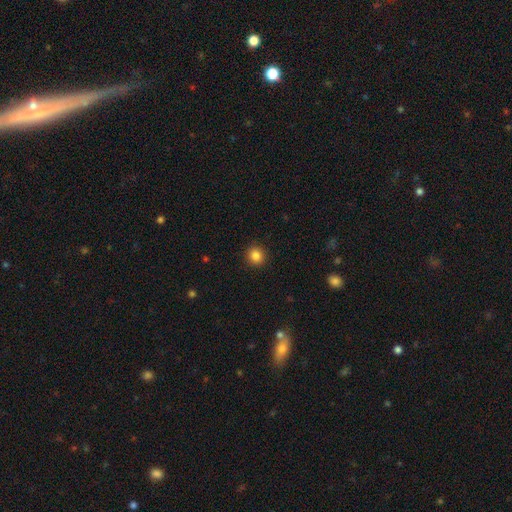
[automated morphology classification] Smooth or featured?
  - smooth: 85% *
  - star or artifact: 11%
  - featured or disk: 4%
How rounded?
  - round: 90% *
  - in between: 9%
  - cigar-shaped: 1%
Merging?
  - none: 92% *
  - minor disturbance: 5%
  - major disturbance: 2%
  - merger: 1%